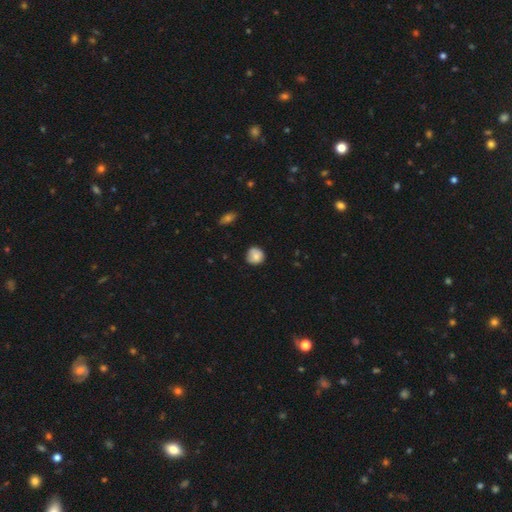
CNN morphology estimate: This appears to be a smooth galaxy with no disk features (82%) that is round (89%). Merging: none (76%).